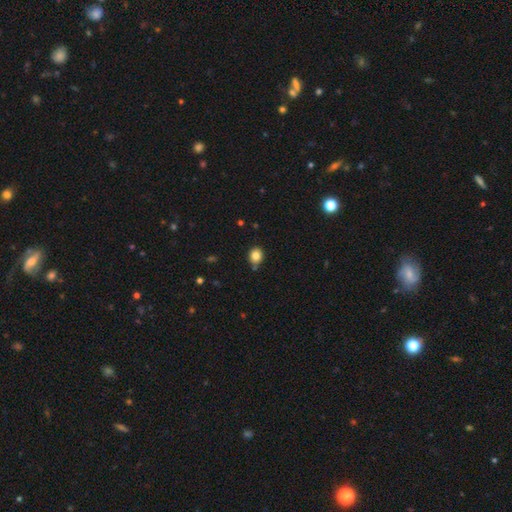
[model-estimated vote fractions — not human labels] A smooth galaxy with no disk features (83%) that is round (64%).

Vote fractions:
- Smooth or featured? smooth: 83% / star or artifact: 11% / featured or disk: 7%
- How rounded? round: 64% / in between: 35% / cigar-shaped: 1%
- Merging? none: 79% / minor disturbance: 14% / merger: 5% / major disturbance: 3%